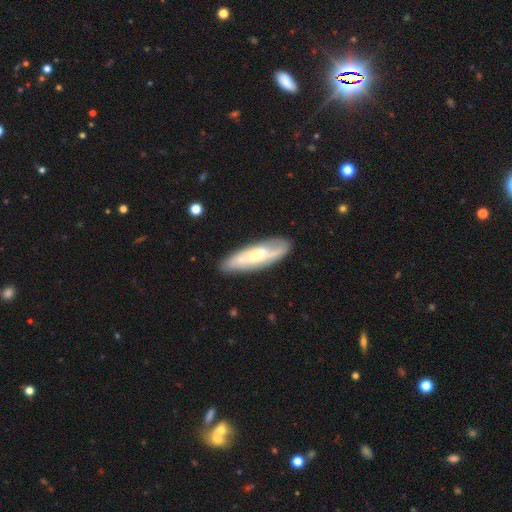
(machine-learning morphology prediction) smooth_or_featured: featured or disk (p=0.64) [alt: smooth p=0.30]
disk_edge_on: no (p=0.73) [alt: yes p=0.27]
merging: none (p=0.78) [alt: minor disturbance p=0.15]